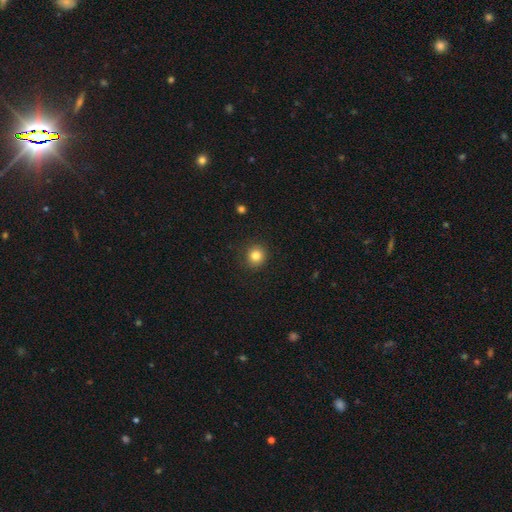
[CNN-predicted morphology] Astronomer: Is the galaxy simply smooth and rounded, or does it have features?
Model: smooth — 83%.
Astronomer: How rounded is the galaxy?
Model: round — 91%.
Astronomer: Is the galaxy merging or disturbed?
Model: none — 91%.